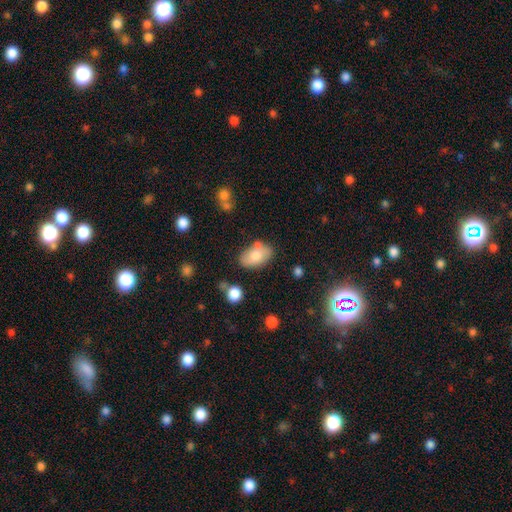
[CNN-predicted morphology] Smooth or featured: smooth — 73% (featured or disk — 19%)
How rounded: in between — 91% (round — 8%)
Merging: none — 66% (minor disturbance — 19%)